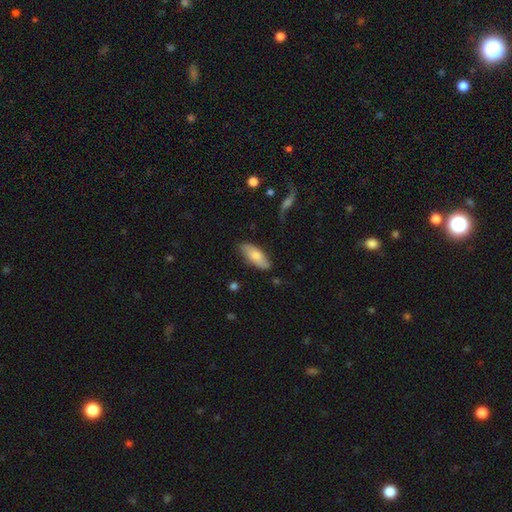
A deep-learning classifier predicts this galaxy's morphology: smooth_or_featured: smooth (p=0.74) [alt: featured or disk p=0.20]
how_rounded: in between (p=0.76) [alt: cigar-shaped p=0.22]
merging: none (p=0.80) [alt: minor disturbance p=0.16]